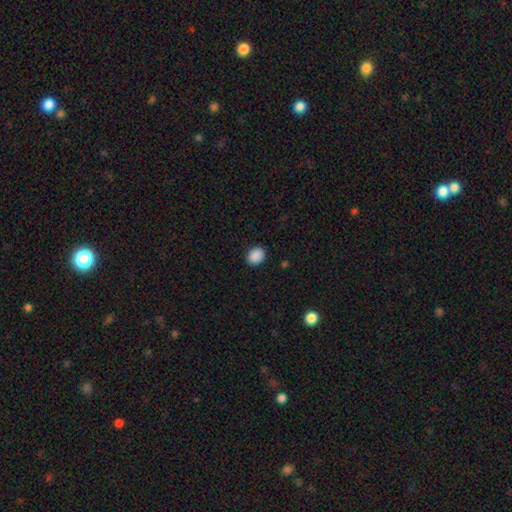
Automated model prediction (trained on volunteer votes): A smooth galaxy with no disk features (90%) that is round (51%). Merging: none (89%).